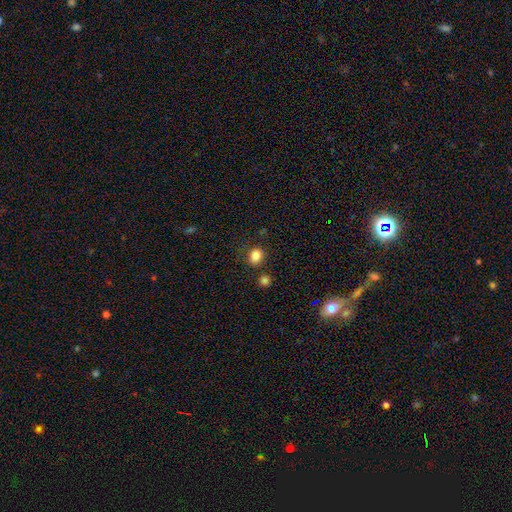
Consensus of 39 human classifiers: Overall: smooth (82%). How rounded: round (69%; in between 31%). Merging: none (83%).